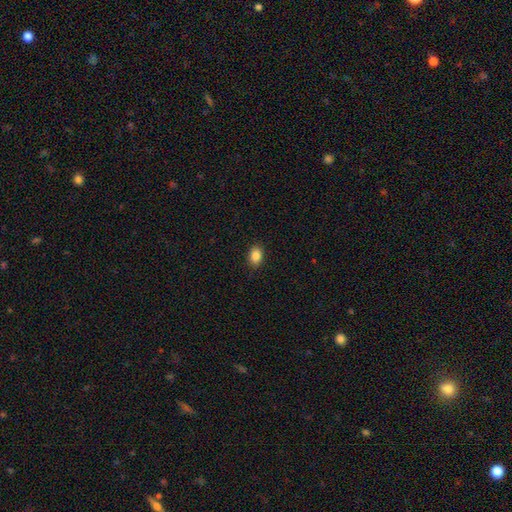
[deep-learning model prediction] Smooth or featured: smooth — 87% (star or artifact — 9%)
How rounded: in between — 83% (round — 16%)
Merging: none — 90% (minor disturbance — 8%)